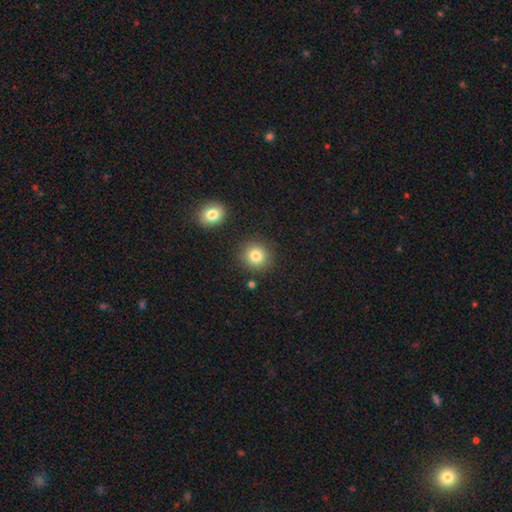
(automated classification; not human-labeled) Overall: smooth (83%). How rounded: round (91%). Merging: none (87%).